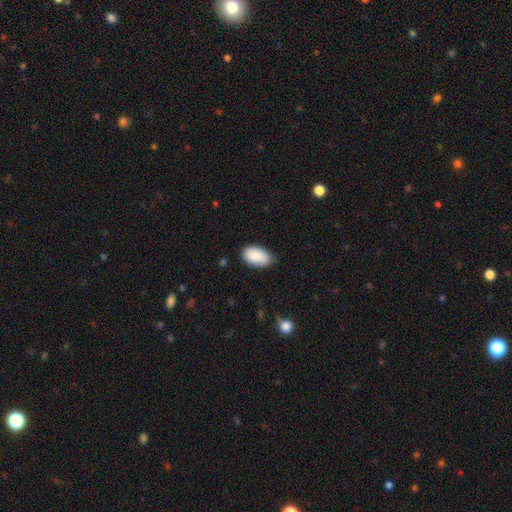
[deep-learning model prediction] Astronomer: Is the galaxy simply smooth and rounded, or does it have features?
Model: smooth — 86%.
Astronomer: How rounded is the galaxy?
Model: in between — 94%.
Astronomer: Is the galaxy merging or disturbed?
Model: none — 72%.